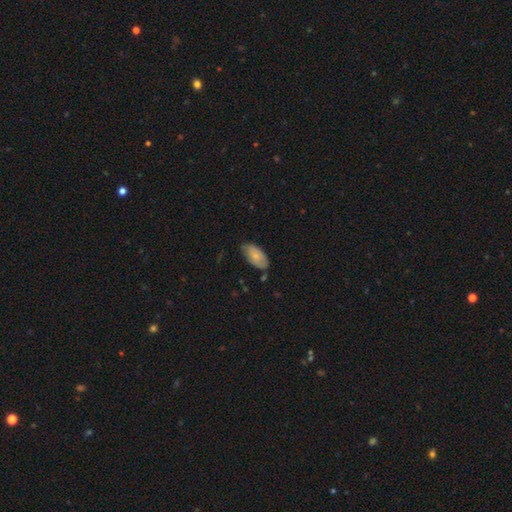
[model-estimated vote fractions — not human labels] Smooth or featured? Predicted: smooth (p=0.74). How rounded? Predicted: in between (p=0.94). Merging? Predicted: none (p=0.70).